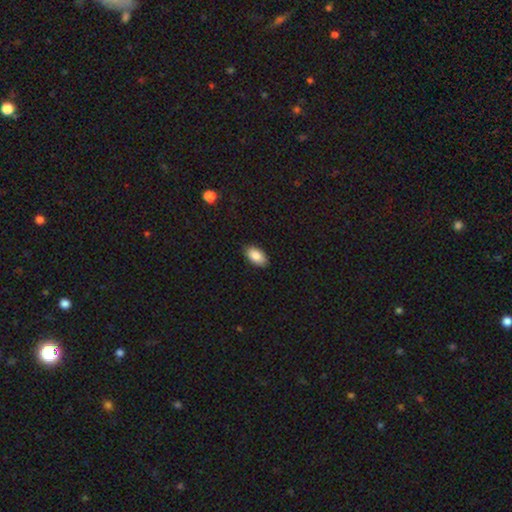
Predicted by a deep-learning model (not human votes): Overall: smooth (88%). How rounded: in between (95%). Merging: none (88%).